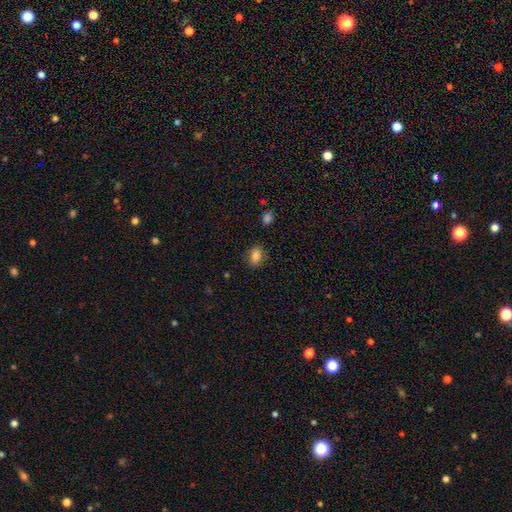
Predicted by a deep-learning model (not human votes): Smooth or featured: smooth — 83% (star or artifact — 10%)
How rounded: in between — 71% (round — 27%)
Merging: none — 83% (minor disturbance — 12%)